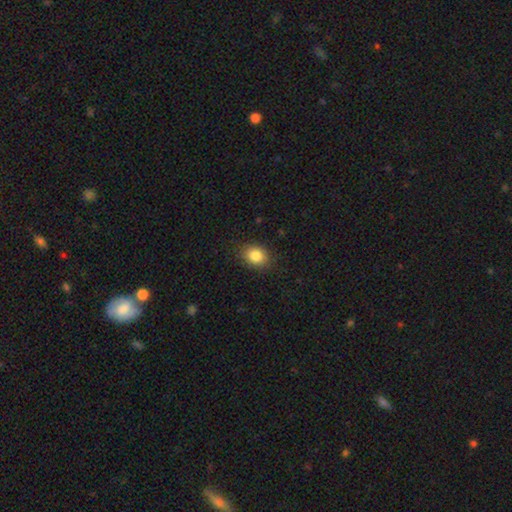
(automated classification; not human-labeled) Smooth or featured? smooth (85%)
How rounded? in between (55%)
Merging? none (86%)